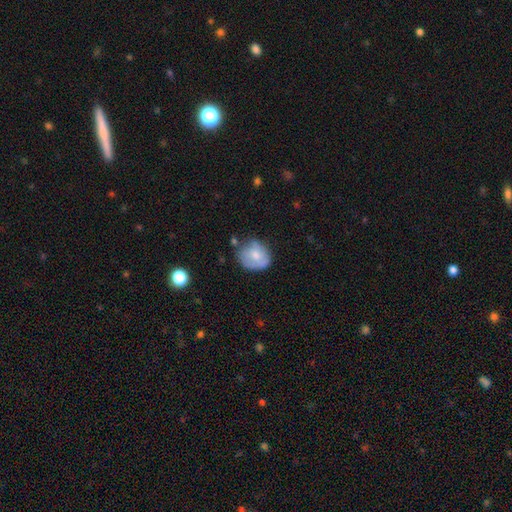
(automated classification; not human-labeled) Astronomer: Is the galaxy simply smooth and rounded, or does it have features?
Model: smooth — 66%.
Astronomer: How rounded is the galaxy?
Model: round — 67%.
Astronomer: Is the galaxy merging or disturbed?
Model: none — 55% (runner-up: minor disturbance, 30%).